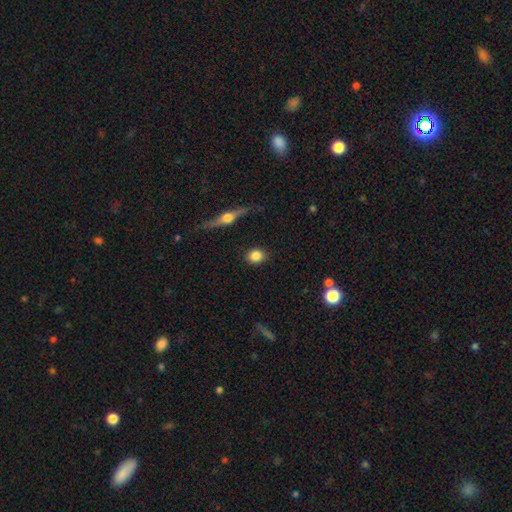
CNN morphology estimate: Smooth or featured?
  - smooth: 83% *
  - featured or disk: 10%
  - star or artifact: 7%
How rounded?
  - round: 63% *
  - in between: 34%
  - cigar-shaped: 3%
Merging?
  - none: 88% *
  - minor disturbance: 8%
  - major disturbance: 2%
  - merger: 2%